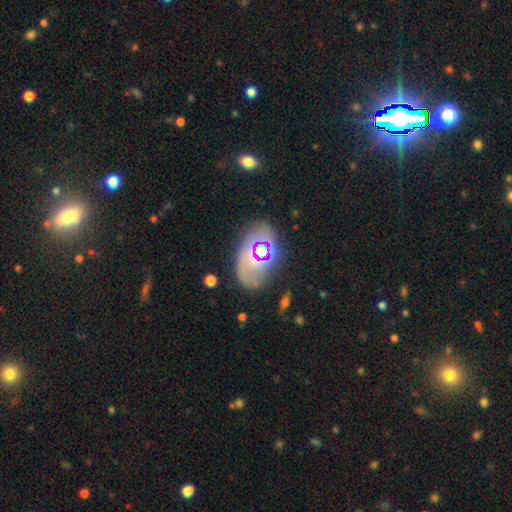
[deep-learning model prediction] Smooth or featured: smooth — 36% (tied with featured or disk — 36%)
Merging: none — 65% (minor disturbance — 19%)